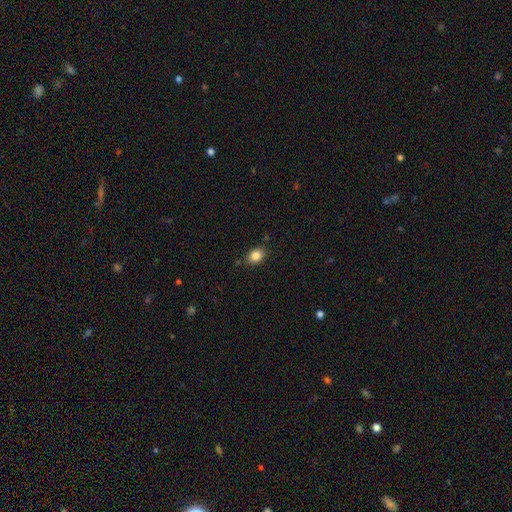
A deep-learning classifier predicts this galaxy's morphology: This is clearly a smooth galaxy (85%). How rounded: likely in between (74%). Merging: clearly none (81%).